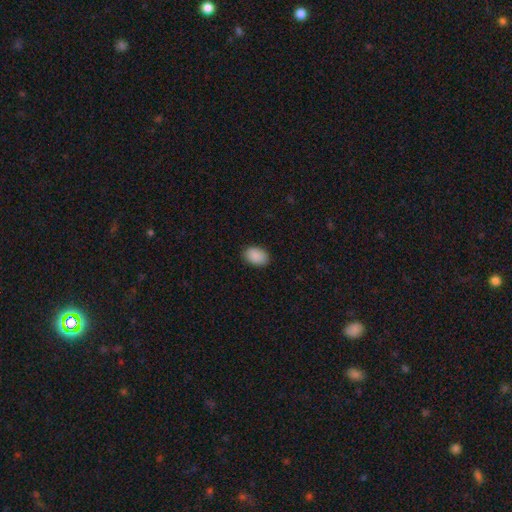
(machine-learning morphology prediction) The model was most divided on "how rounded": in between: 85%, round: 14%, cigar-shaped: 1%. More confident: smooth or featured — smooth (90%); merging — none (87%).